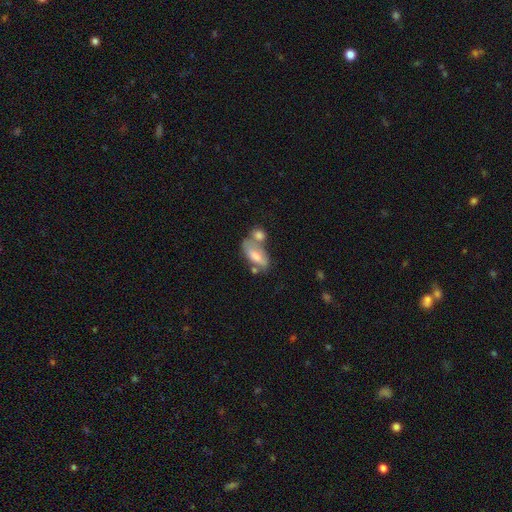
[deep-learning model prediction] Overall: smooth (57%; featured or disk 35%). How rounded: in between (81%). Merging: merger (42%; none 34%).